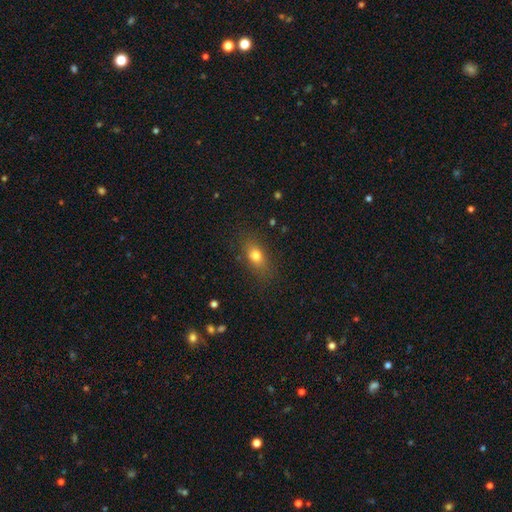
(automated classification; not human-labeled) Morphology: type=smooth (75%); roundness=in between (73%); merging=none (79%).